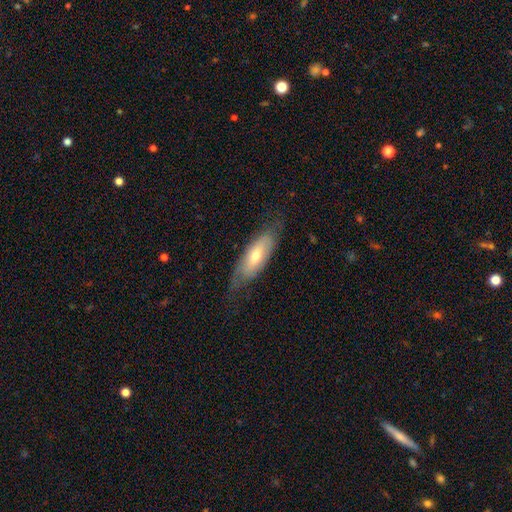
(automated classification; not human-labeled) This appears to be a smooth galaxy with no disk features (49%). Merging: none (66%).